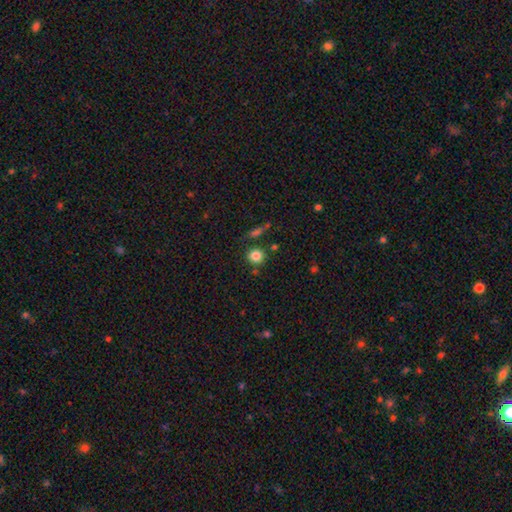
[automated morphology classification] type=smooth (84%); roundness=round (88%); merging=none (81%).